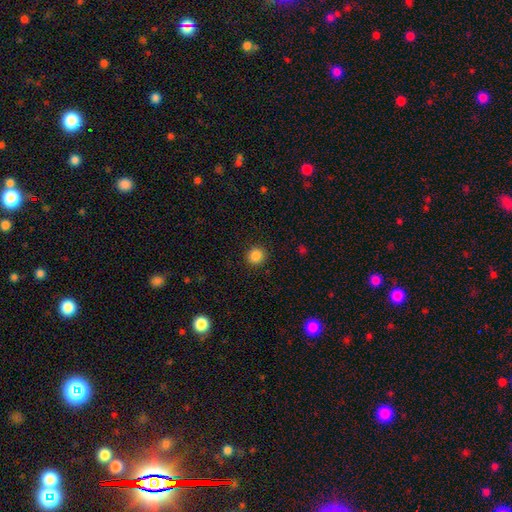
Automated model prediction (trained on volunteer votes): smooth-or-featured: smooth: 86% | star or artifact: 11% | featured or disk: 3%
  how-rounded: round: 91% | in between: 8% | cigar-shaped: 1%
  merging: none: 92% | minor disturbance: 5% | major disturbance: 2% | merger: 1%